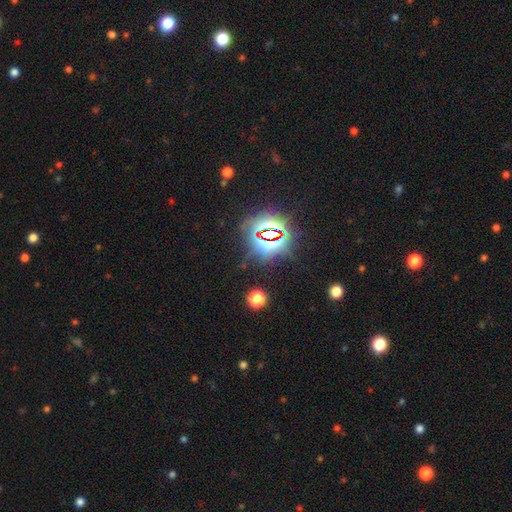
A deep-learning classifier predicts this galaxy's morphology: star or artifact 84%, smooth 10%, featured or disk 6%.